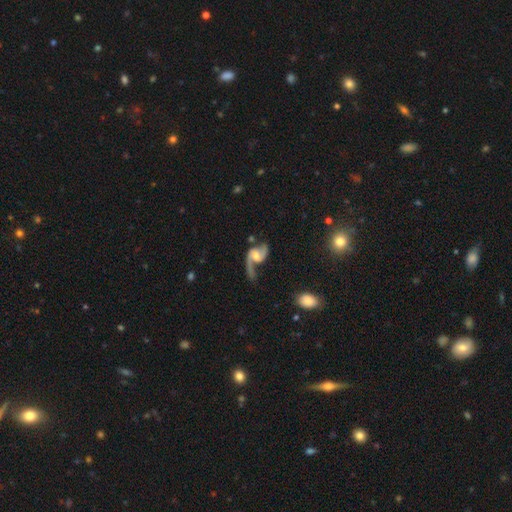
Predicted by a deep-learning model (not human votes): Morphology: type=featured or disk (87%); edge-on=no (97%); bar=no (54%); spiral arms=yes (96%); winding=loose (69%); arm count=2 (81%); bulge=moderate (57%); merging=none (49%).